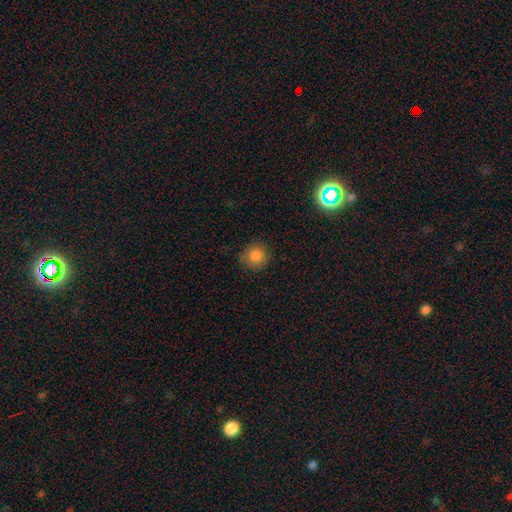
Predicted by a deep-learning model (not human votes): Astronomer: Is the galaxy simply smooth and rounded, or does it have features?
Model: smooth — 85%.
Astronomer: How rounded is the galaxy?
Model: round — 91%.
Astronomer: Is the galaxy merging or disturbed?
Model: none — 82%.